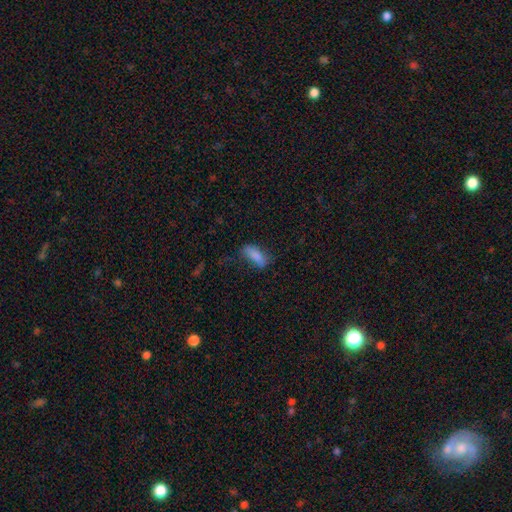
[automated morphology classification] smooth_or_featured: smooth (p=0.79) [alt: featured or disk p=0.12]
how_rounded: in between (p=0.65) [alt: cigar-shaped p=0.32]
merging: none (p=0.53) [alt: minor disturbance p=0.28]